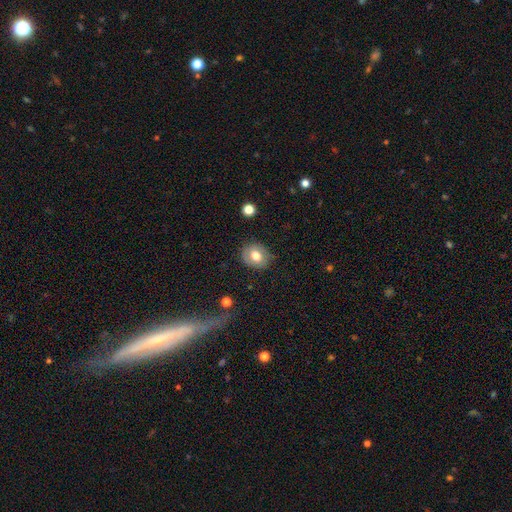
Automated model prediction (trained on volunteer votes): Smooth or featured? Predicted: smooth (p=0.67). How rounded? Predicted: round (p=0.60). Merging? Predicted: none (p=0.77).